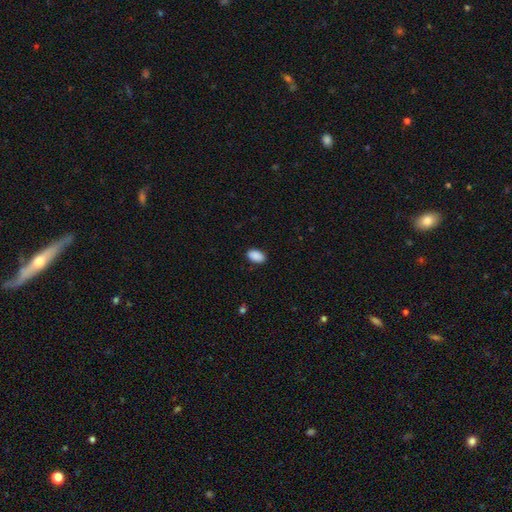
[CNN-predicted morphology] Overall: smooth (90%). How rounded: in between (94%). Merging: none (88%).